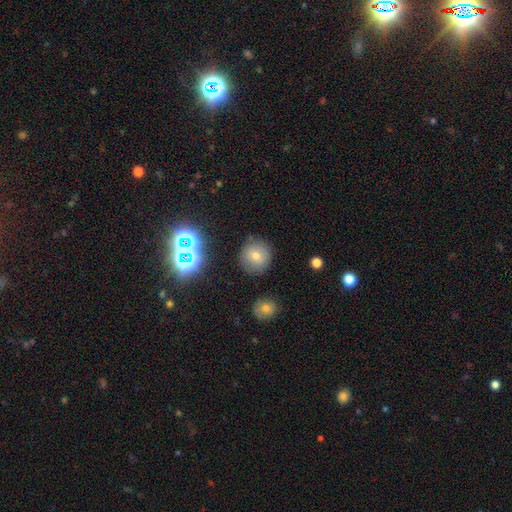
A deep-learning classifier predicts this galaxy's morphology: smooth 63%, star or artifact 21%, featured or disk 16%. Down the decision tree: how rounded — round (93%); merging — none (86%).